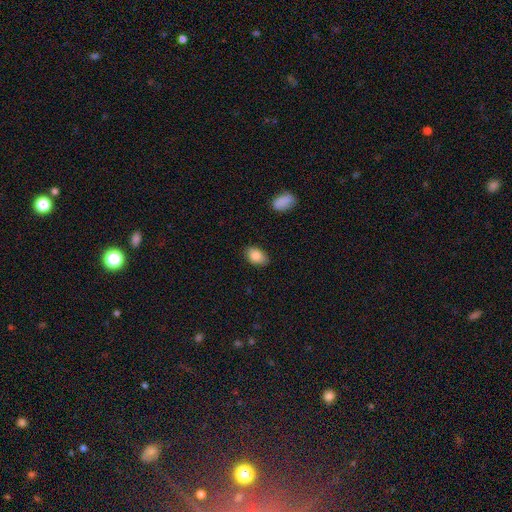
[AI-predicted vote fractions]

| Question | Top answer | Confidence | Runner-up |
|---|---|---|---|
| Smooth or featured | smooth | 85% | star or artifact (8%) |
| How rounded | in between | 87% | round (11%) |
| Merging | none | 84% | minor disturbance (12%) |